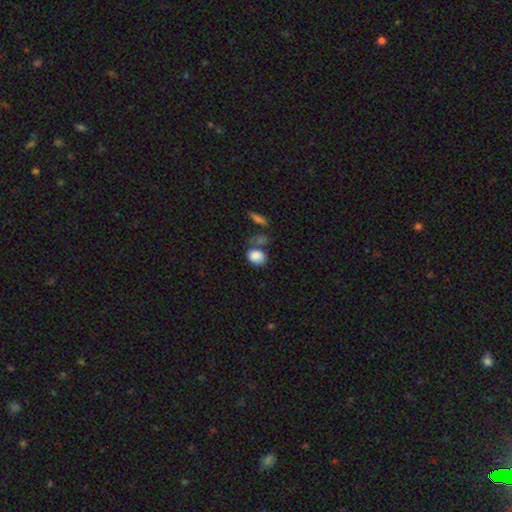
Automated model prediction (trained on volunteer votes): A smooth galaxy with no disk features (85%) that is in between round and cigar-shaped (59%). Merging: none (51%).